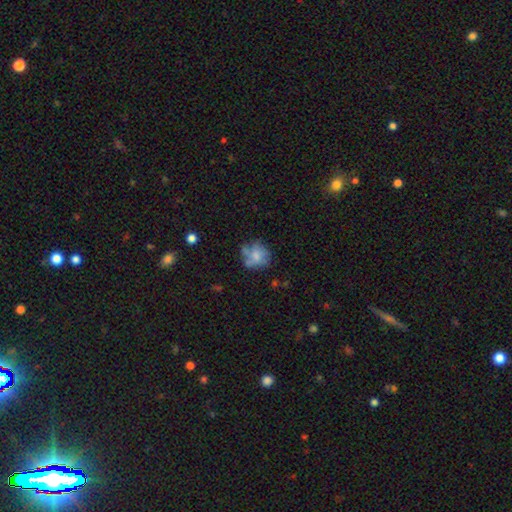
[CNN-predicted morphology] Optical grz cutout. It shows a smooth galaxy with no disk features (55%) that is round (72%). Merging: none (52%).